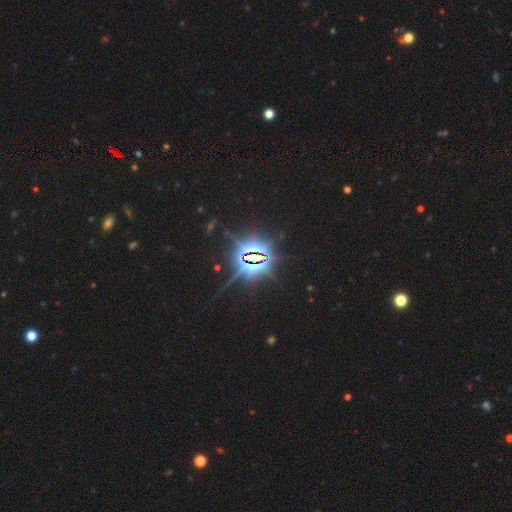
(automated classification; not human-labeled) Smooth or featured: star or artifact — 86% (featured or disk — 7%)